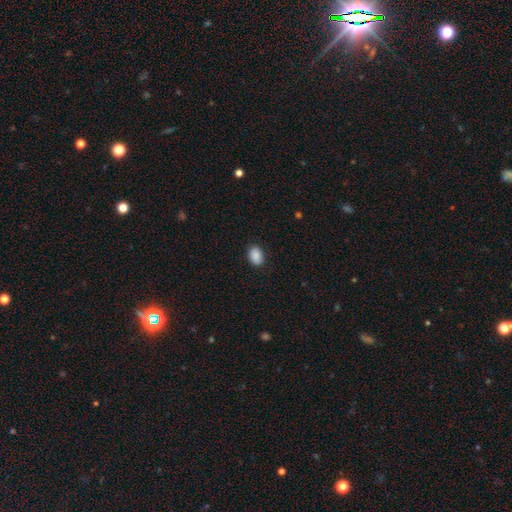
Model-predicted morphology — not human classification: Smooth or featured? smooth (88%)
How rounded? in between (78%)
Merging? none (85%)